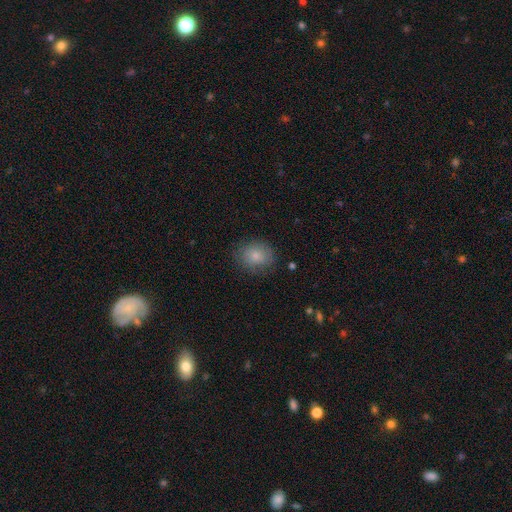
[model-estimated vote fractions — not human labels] Q: Smooth or featured?
A: smooth (81%); runner-up: featured or disk (10%)
Q: How rounded?
A: round (69%); runner-up: in between (30%)
Q: Merging?
A: none (80%); runner-up: minor disturbance (15%)